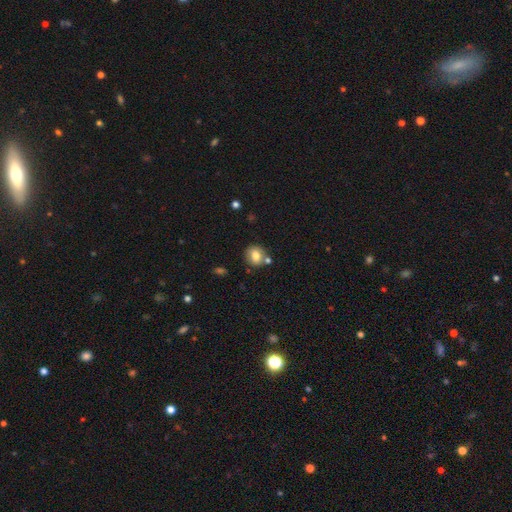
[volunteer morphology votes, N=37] A smooth galaxy with no disk features (76%) that is round (93%).

Vote fractions:
- Smooth or featured? smooth: 76% / featured or disk: 19% / star or artifact: 5%
- How rounded? round: 93% / in between: 7% / cigar-shaped: 0%
- Merging? none: 77% / minor disturbance: 11% / merger: 11% / major disturbance: 0%